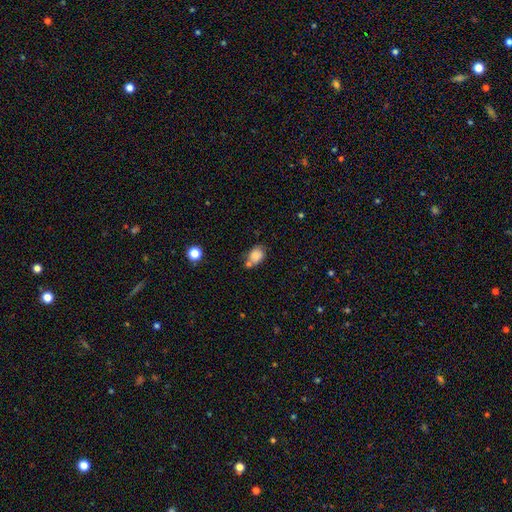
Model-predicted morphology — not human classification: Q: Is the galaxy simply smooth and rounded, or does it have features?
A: smooth — 81%.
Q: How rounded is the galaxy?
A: in between — 63%.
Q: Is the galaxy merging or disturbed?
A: none — 51%.